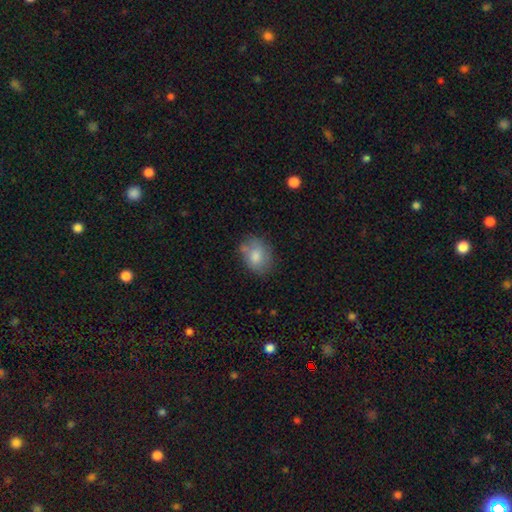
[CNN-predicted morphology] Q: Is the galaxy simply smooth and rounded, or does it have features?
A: smooth — 78%.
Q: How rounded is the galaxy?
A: in between — 65%.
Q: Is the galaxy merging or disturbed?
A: none — 62%.